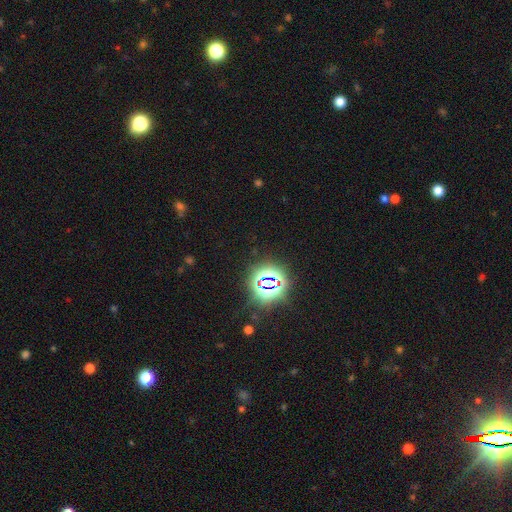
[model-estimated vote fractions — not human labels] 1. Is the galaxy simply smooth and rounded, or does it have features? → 80% star or artifact, 14% smooth, 6% featured or disk.